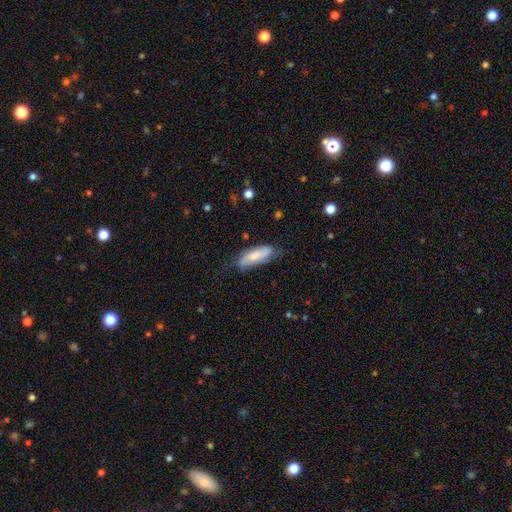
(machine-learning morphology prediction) Q: Smooth or featured?
A: smooth (53%); runner-up: featured or disk (40%)
Q: How rounded?
A: in between (66%); runner-up: cigar-shaped (33%)
Q: Merging?
A: none (60%); runner-up: minor disturbance (28%)